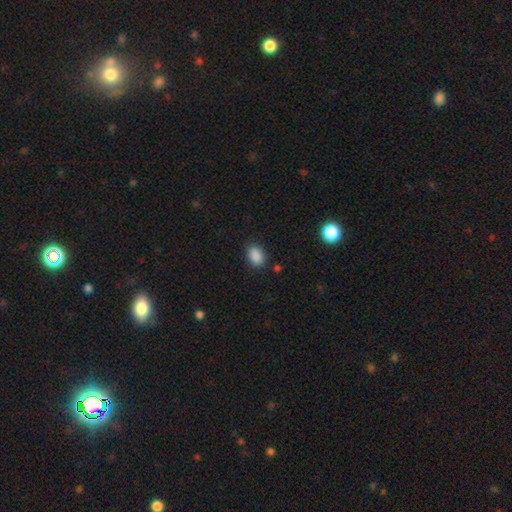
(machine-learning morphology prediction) Smooth or featured? Predicted: smooth (p=0.88). How rounded? Predicted: in between (p=0.80). Merging? Predicted: none (p=0.83).